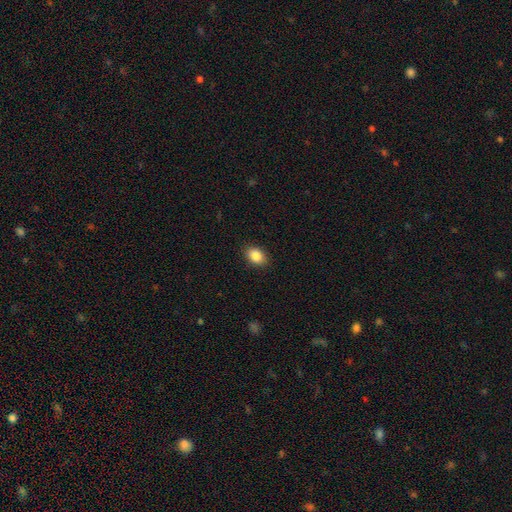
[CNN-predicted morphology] Q: Smooth or featured?
A: smooth (87%); runner-up: star or artifact (8%)
Q: How rounded?
A: in between (80%); runner-up: round (19%)
Q: Merging?
A: none (88%); runner-up: minor disturbance (9%)